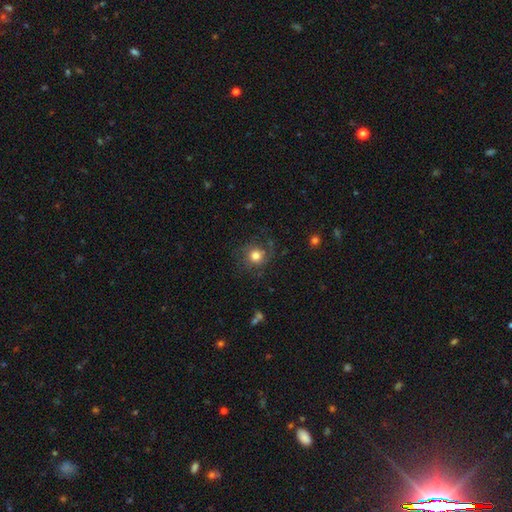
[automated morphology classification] Smooth or featured?
  - smooth: 62% *
  - featured or disk: 26%
  - star or artifact: 11%
How rounded?
  - round: 90% *
  - in between: 9%
  - cigar-shaped: 1%
Merging?
  - none: 71% *
  - minor disturbance: 16%
  - major disturbance: 12%
  - merger: 2%